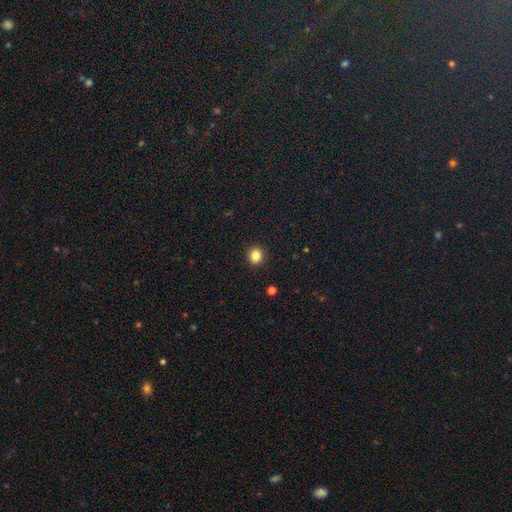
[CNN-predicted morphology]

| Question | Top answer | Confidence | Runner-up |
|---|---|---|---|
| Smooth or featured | smooth | 85% | star or artifact (11%) |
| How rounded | round | 81% | in between (19%) |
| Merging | none | 92% | minor disturbance (5%) |